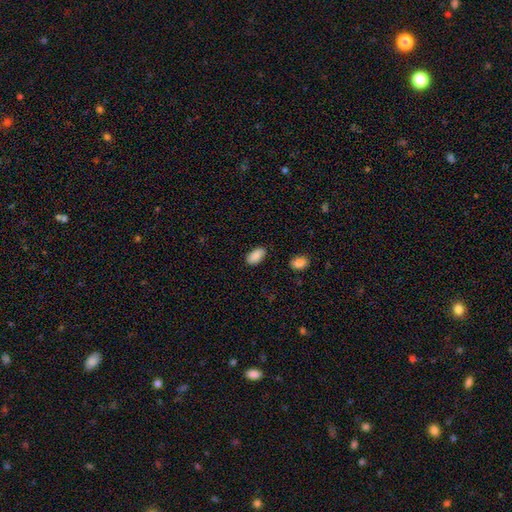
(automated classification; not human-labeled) Smooth or featured: smooth — 89% (star or artifact — 7%)
How rounded: in between — 94% (round — 3%)
Merging: none — 83% (minor disturbance — 12%)